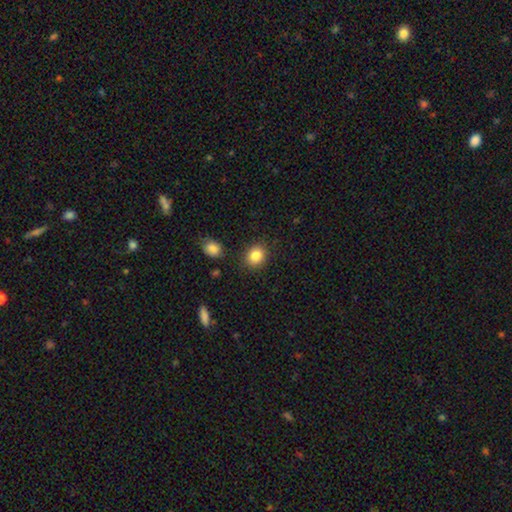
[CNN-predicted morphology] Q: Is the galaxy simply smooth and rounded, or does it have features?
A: smooth — 84%.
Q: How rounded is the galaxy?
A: round — 68%.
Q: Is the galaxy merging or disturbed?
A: none — 85%.